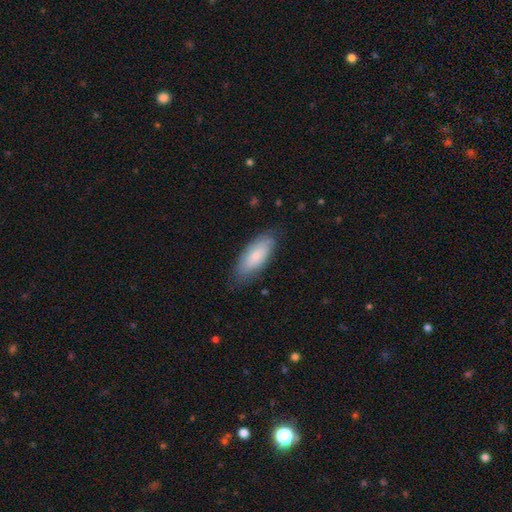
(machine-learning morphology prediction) A smooth galaxy with no disk features (75%) that is in between round and cigar-shaped (76%).

Vote fractions:
- Smooth or featured? smooth: 75% / featured or disk: 19% / star or artifact: 6%
- How rounded? in between: 76% / cigar-shaped: 22% / round: 2%
- Merging? none: 77% / minor disturbance: 18% / major disturbance: 4% / merger: 1%